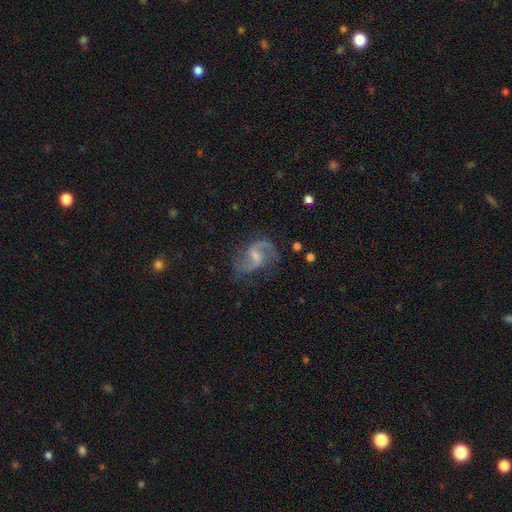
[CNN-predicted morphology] A featured or disk galaxy (88%) with a weak bar (53%), 2 (91%) loose (48%) spiral arms (97%) and a small central bulge (54%).

Vote fractions:
- Smooth or featured? featured or disk: 88% / star or artifact: 6% / smooth: 6%
- Edge-on disk? no: 98% / yes: 2%
- Bar? weak: 53% / no: 33% / strong: 15%
- Spiral arms? yes: 97% / no: 3%
- Spiral winding? loose: 48% / medium: 44% / tight: 9%
- Spiral arm count? 2: 91% / 1: 3% / can't tell: 3% / 3: 1% / 4: 1% / more than 4: 1%
- Bulge size? small: 54% / moderate: 35% / none: 9% / large: 2% / dominant: 1%
- Merging? none: 73% / minor disturbance: 16% / major disturbance: 9% / merger: 2%